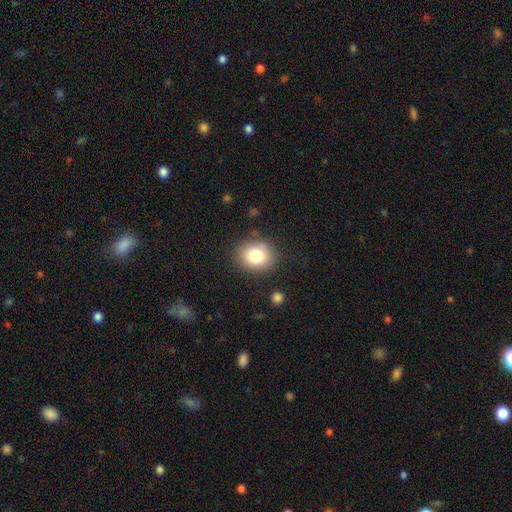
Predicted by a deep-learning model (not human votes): Smooth or featured?
  - smooth: 83% *
  - star or artifact: 9%
  - featured or disk: 8%
How rounded?
  - round: 63% *
  - in between: 36%
  - cigar-shaped: 1%
Merging?
  - none: 83% *
  - minor disturbance: 11%
  - major disturbance: 3%
  - merger: 2%